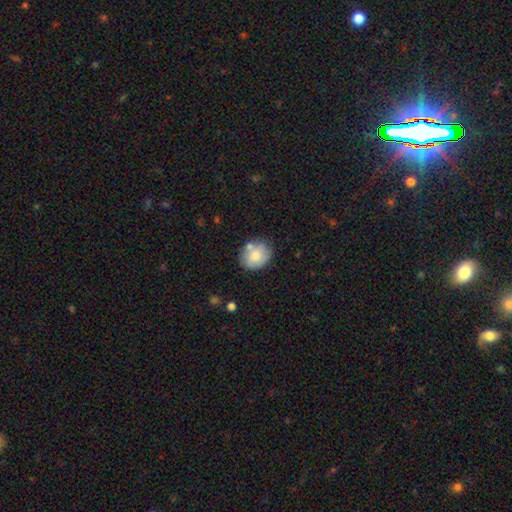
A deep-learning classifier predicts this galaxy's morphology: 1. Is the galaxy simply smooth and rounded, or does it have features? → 78% smooth, 15% featured or disk, 7% star or artifact.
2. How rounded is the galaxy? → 58% round, 41% in between, 1% cigar-shaped.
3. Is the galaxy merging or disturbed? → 71% none, 15% minor disturbance, 10% merger, 3% major disturbance.